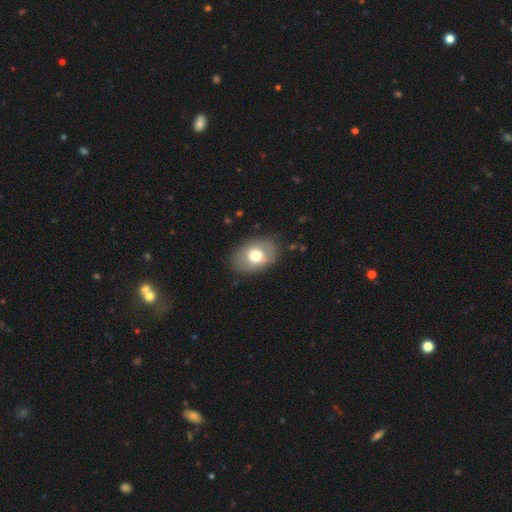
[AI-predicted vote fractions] This appears to be a smooth galaxy with no disk features (70%) that is in between round and cigar-shaped (79%). Merging: none (84%).